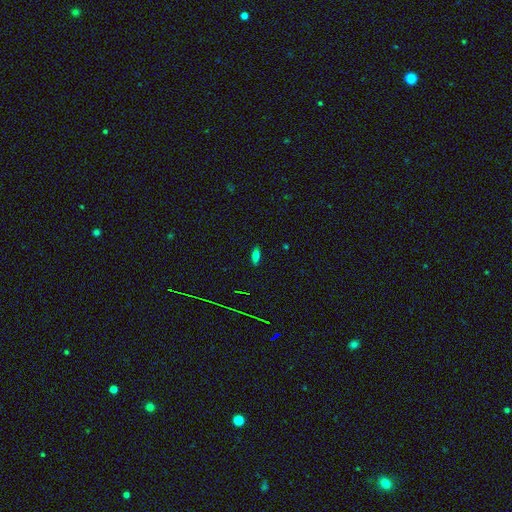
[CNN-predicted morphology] Smooth or featured? Predicted: smooth (p=0.73). How rounded? Predicted: in between (p=0.76). Merging? Predicted: none (p=0.87).